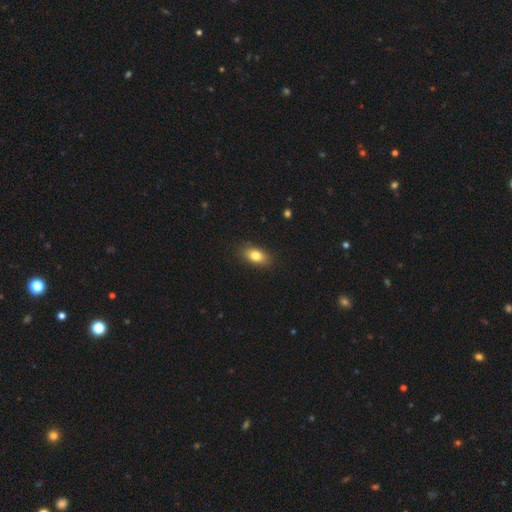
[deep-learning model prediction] Smooth or featured? Predicted: smooth (p=0.81). How rounded? Predicted: in between (p=0.87). Merging? Predicted: none (p=0.87).